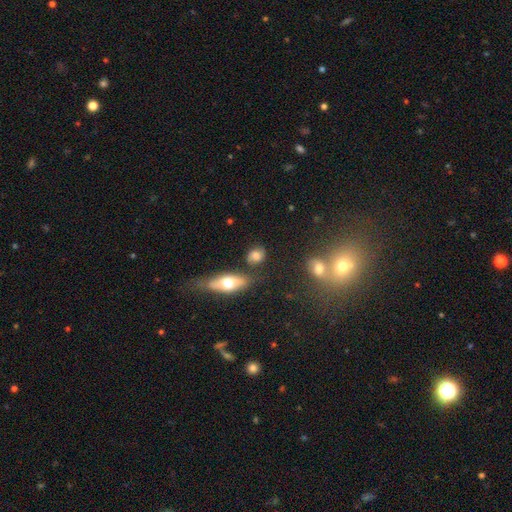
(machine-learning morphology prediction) Smooth or featured? smooth (69%)
How rounded? round (52%)
Merging? none (70%)